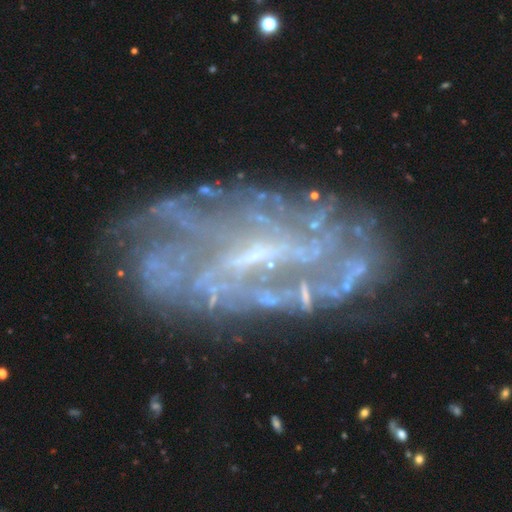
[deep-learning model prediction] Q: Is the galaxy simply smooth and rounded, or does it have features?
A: featured or disk — 84%.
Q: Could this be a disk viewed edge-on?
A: no — 94%.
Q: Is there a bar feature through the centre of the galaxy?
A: weak — 48%.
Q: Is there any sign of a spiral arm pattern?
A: yes — 85%.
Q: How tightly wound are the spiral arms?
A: tight — 52%.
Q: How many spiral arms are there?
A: can't tell — 47%.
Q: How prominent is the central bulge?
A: small — 60%.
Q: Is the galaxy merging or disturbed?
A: none — 72%.